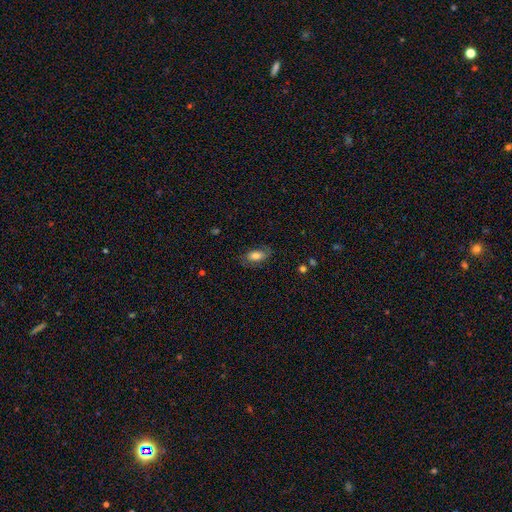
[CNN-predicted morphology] The model was most divided on "smooth or featured": smooth: 63%, featured or disk: 29%, star or artifact: 8%. More confident: how rounded — in between (89%); merging — none (74%).